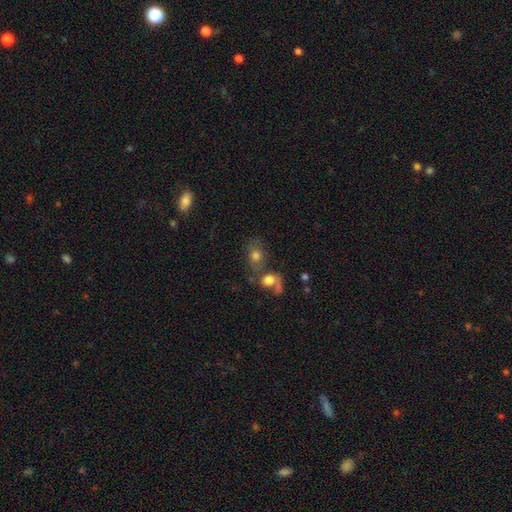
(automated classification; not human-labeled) Overall: smooth (68%). How rounded: round (50%; in between 49%). Merging: merger (46%; none 32%).